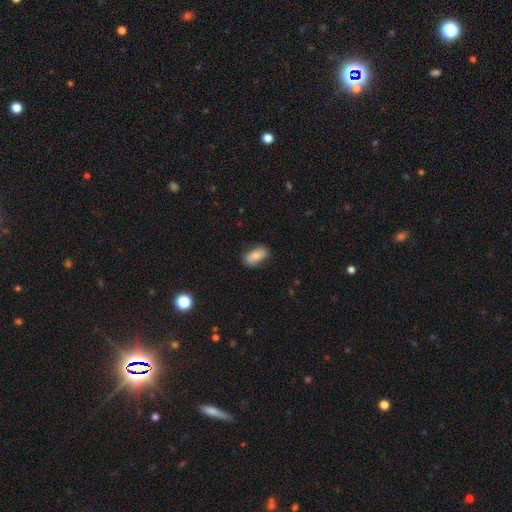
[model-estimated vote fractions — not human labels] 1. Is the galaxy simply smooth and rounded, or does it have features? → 73% smooth, 19% featured or disk, 8% star or artifact.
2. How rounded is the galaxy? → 91% in between, 6% round, 3% cigar-shaped.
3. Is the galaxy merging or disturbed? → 75% none, 19% minor disturbance, 4% major disturbance, 1% merger.